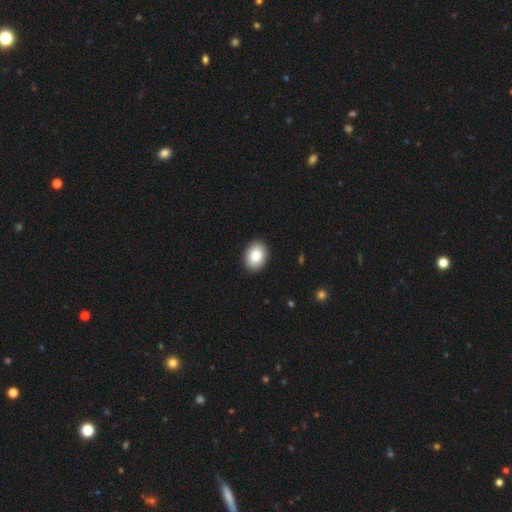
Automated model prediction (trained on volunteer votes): Smooth or featured?
  - smooth: 84% *
  - featured or disk: 9%
  - star or artifact: 7%
How rounded?
  - in between: 73% *
  - round: 26%
  - cigar-shaped: 1%
Merging?
  - none: 91% *
  - minor disturbance: 6%
  - major disturbance: 1%
  - merger: 1%